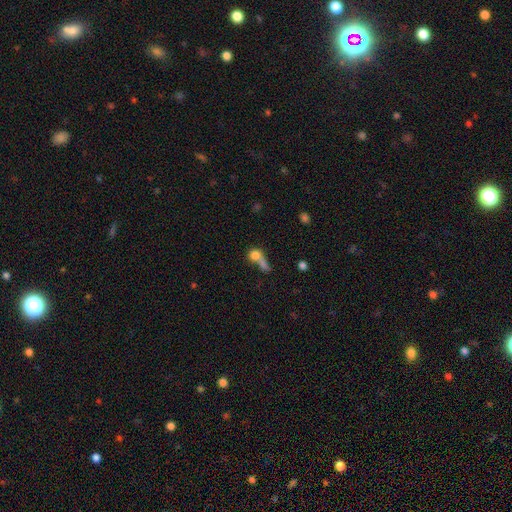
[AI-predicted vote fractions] Smooth or featured: smooth — 74% (featured or disk — 15%)
How rounded: round — 64% (in between — 29%)
Merging: merger — 52% (none — 26%)